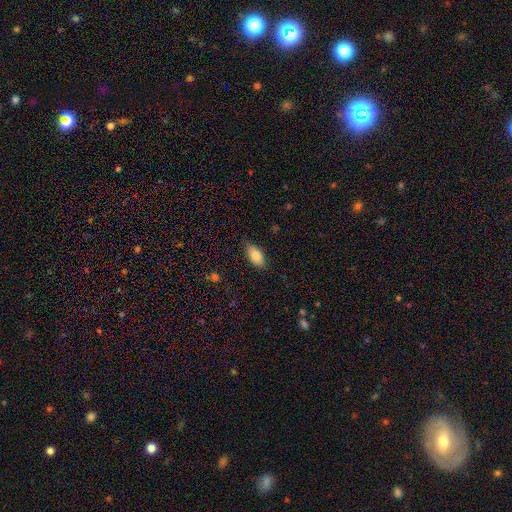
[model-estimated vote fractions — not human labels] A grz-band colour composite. It shows a smooth galaxy with no disk features (83%) that is in between round and cigar-shaped (92%). Merging: none (80%).